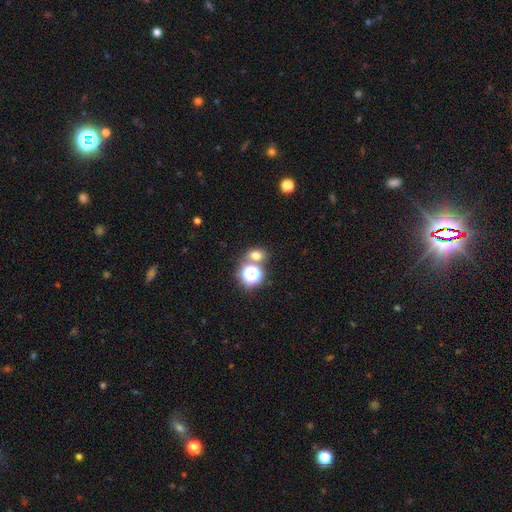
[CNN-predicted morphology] Smooth or featured: smooth — 68% (star or artifact — 24%)
How rounded: round — 56% (in between — 42%)
Merging: none — 64% (merger — 23%)